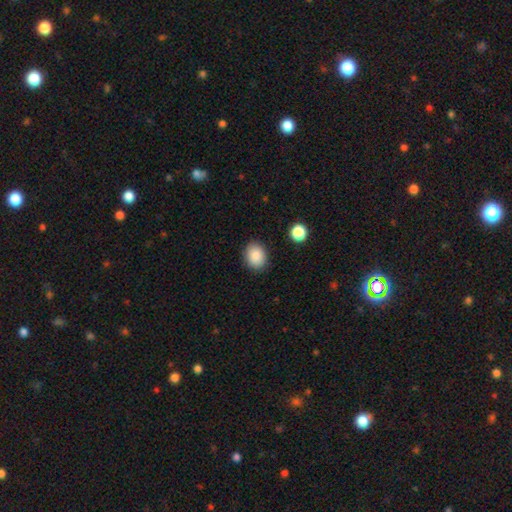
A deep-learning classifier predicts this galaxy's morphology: A smooth galaxy with no disk features (88%) that is in between round and cigar-shaped (58%).

Vote fractions:
- Smooth or featured? smooth: 88% / star or artifact: 8% / featured or disk: 4%
- How rounded? in between: 58% / round: 42% / cigar-shaped: 1%
- Merging? none: 88% / minor disturbance: 9% / major disturbance: 2% / merger: 1%